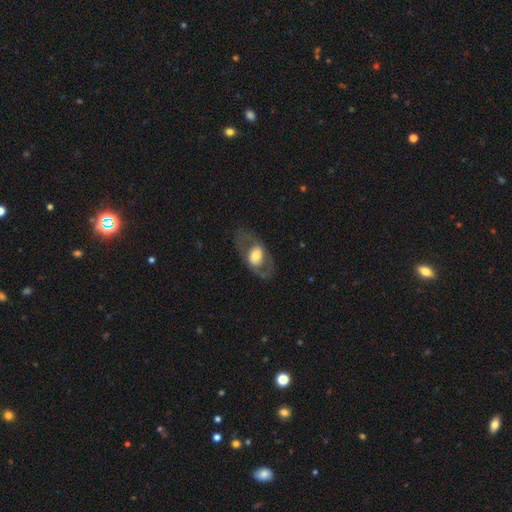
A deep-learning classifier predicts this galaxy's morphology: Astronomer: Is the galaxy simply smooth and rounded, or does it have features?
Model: featured or disk — 53% (runner-up: smooth, 41%).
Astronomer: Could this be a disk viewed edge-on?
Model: no — 88%.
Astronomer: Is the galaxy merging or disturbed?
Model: none — 67%.